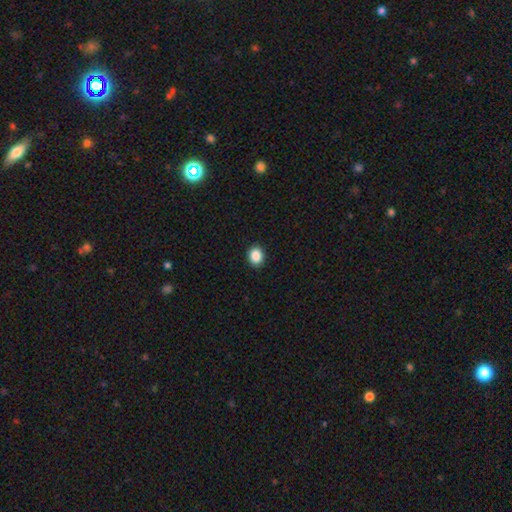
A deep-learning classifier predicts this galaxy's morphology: smooth-or-featured: smooth: 88% | star or artifact: 9% | featured or disk: 3%
  how-rounded: round: 55% | in between: 44% | cigar-shaped: 1%
  merging: none: 92% | minor disturbance: 5% | major disturbance: 2% | merger: 1%